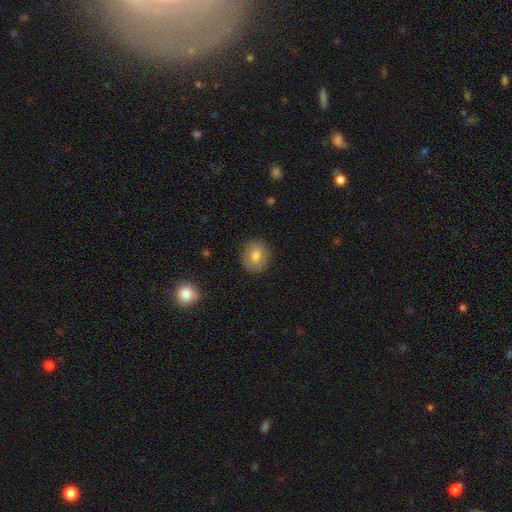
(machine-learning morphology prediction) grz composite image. It shows a smooth galaxy with no disk features (79%) that is round (77%). Merging: none (87%).